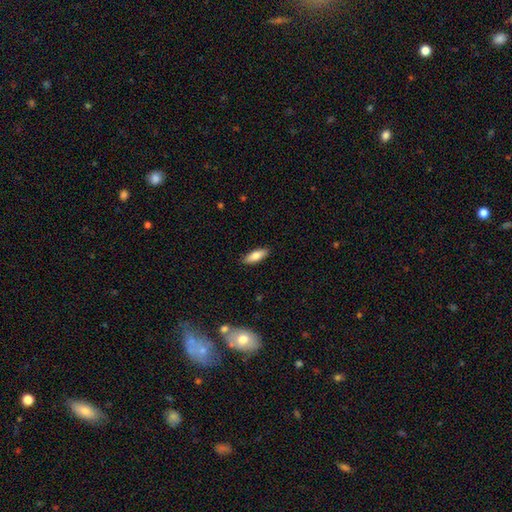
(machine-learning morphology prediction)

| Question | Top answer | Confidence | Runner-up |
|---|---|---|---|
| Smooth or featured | smooth | 79% | featured or disk (15%) |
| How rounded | in between | 69% | cigar-shaped (29%) |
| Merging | none | 89% | minor disturbance (8%) |